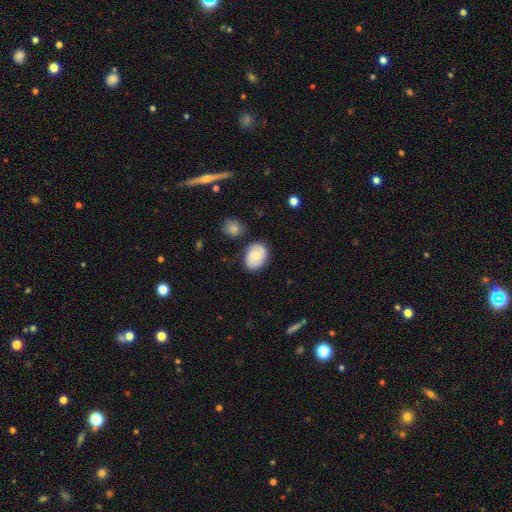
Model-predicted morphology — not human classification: Overall: smooth (51%; featured or disk 41%). How rounded: in between (60%; round 39%). Merging: none (74%).